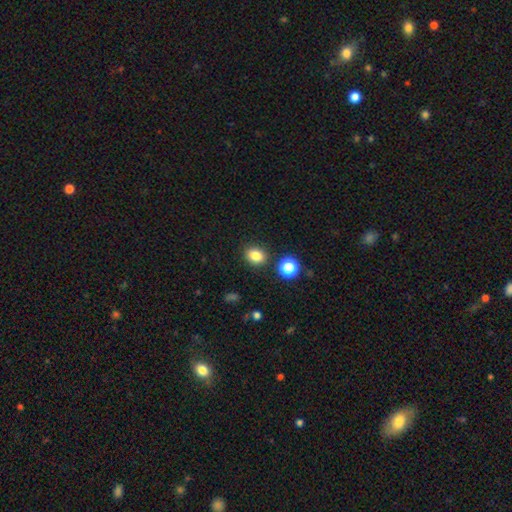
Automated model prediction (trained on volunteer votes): Smooth or featured? Predicted: smooth (p=0.82). How rounded? Predicted: round (p=0.57). Merging? Predicted: none (p=0.85).